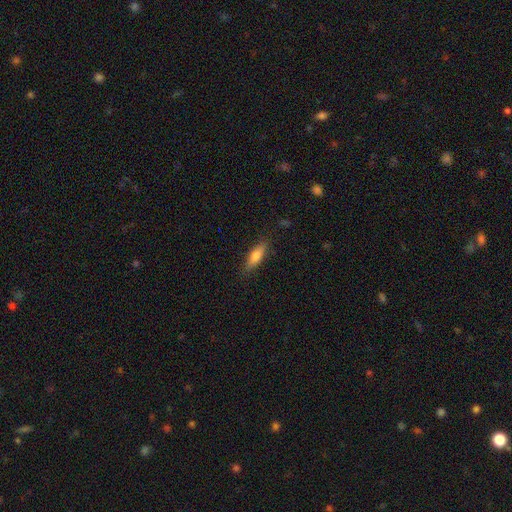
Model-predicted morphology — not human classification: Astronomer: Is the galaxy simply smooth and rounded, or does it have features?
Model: smooth — 76%.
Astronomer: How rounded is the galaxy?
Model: in between — 54% (runner-up: cigar-shaped, 43%).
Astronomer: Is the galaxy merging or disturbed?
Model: none — 84%.